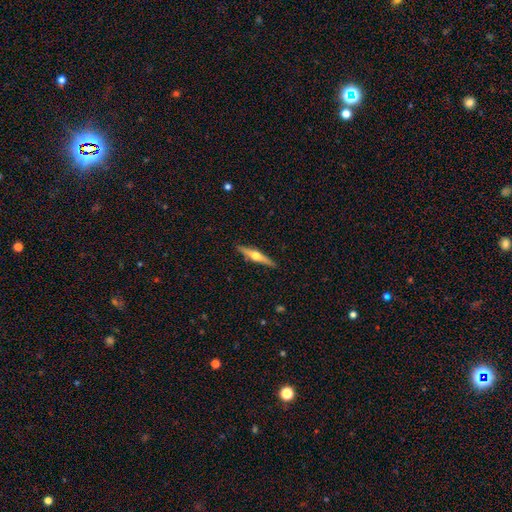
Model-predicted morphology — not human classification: type=featured or disk (69%); edge-on=yes (97%); edge-on bulge=rounded (94%); merging=none (90%).